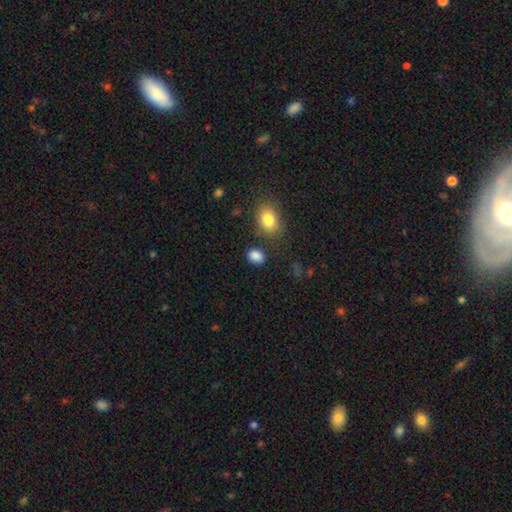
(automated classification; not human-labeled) smooth-or-featured: smooth: 86% | star or artifact: 10% | featured or disk: 4%
  how-rounded: in between: 68% | round: 31% | cigar-shaped: 1%
  merging: none: 79% | minor disturbance: 12% | merger: 5% | major disturbance: 4%